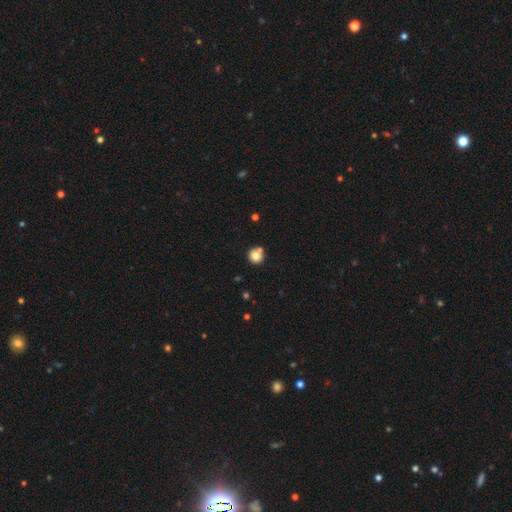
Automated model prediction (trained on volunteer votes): smooth-or-featured: smooth: 81% | star or artifact: 11% | featured or disk: 9%
  how-rounded: round: 90% | in between: 9% | cigar-shaped: 1%
  merging: none: 69% | merger: 17% | minor disturbance: 11% | major disturbance: 3%